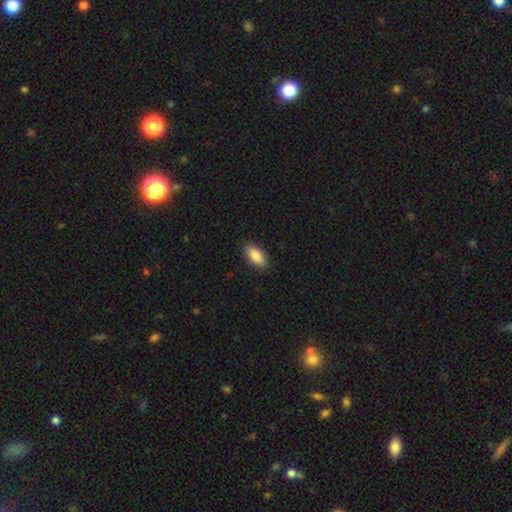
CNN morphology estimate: Overall: smooth (87%). How rounded: in between (88%). Merging: none (89%).